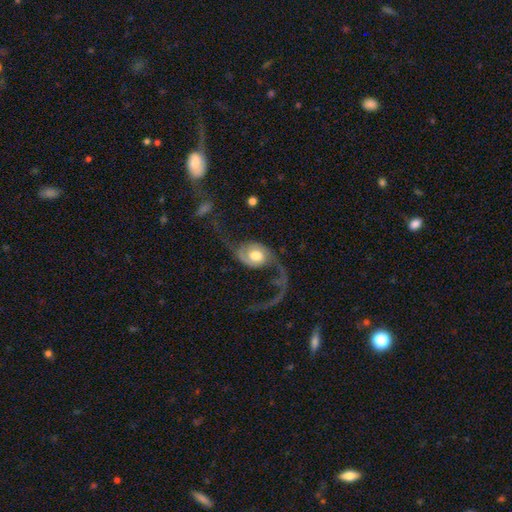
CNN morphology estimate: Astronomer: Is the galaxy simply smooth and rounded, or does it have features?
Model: featured or disk — 78%.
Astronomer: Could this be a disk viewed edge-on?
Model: no — 96%.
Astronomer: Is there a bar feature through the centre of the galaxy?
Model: no — 69%.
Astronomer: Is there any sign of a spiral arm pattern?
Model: yes — 90%.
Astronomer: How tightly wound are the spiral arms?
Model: loose — 83%.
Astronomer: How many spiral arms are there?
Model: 2 — 81%.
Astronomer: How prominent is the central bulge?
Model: moderate — 61%.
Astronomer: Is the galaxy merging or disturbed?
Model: major disturbance — 45% (runner-up: none, 36%).